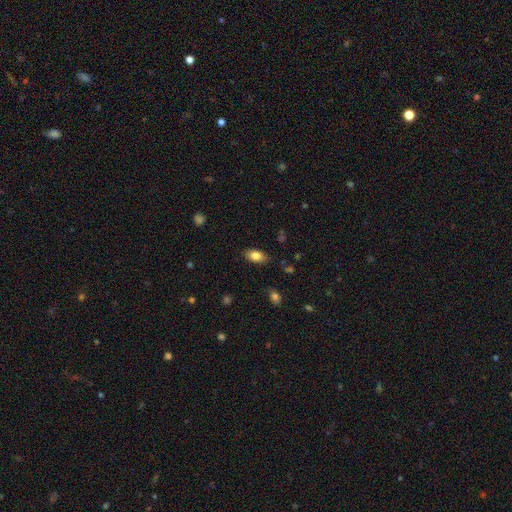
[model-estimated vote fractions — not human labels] This is clearly a smooth galaxy (82%). How rounded: clearly in between (91%). Merging: clearly none (84%).